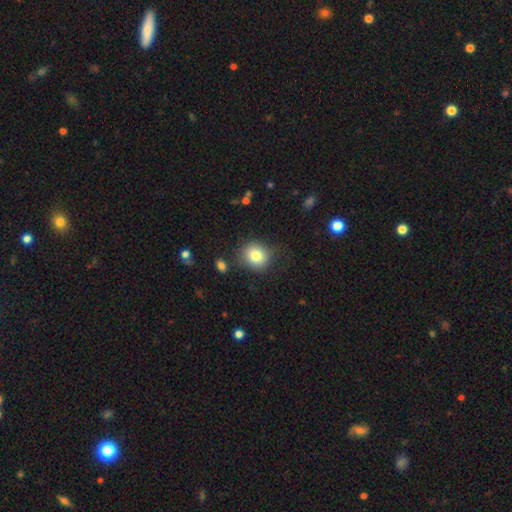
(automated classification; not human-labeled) Overall: smooth (80%). How rounded: round (82%). Merging: none (80%).